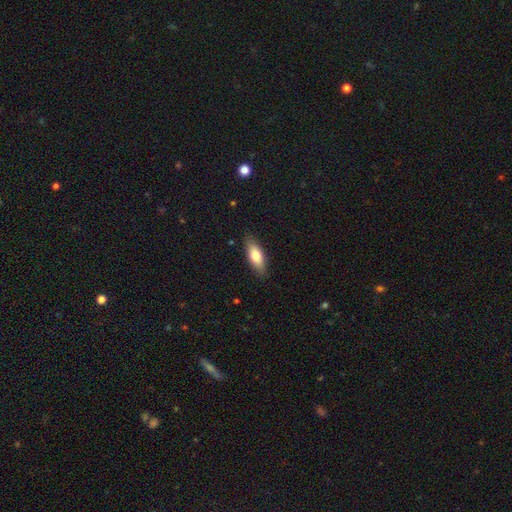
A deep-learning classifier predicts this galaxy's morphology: The model was most divided on "how rounded": in between: 73%, cigar-shaped: 25%, round: 3%. More confident: merging — none (86%); smooth or featured — smooth (74%).